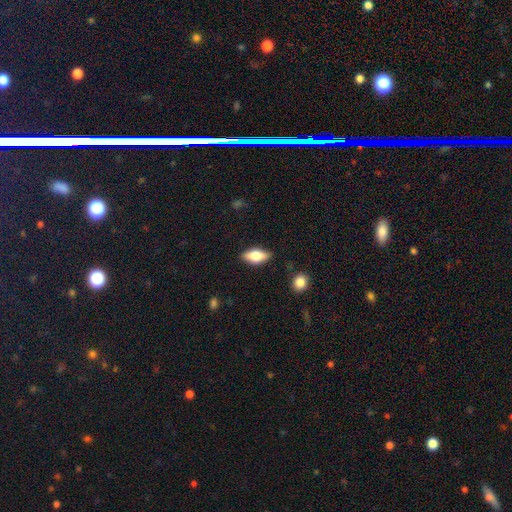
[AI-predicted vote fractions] The model was most divided on "smooth or featured": smooth: 67%, featured or disk: 26%, star or artifact: 7%. More confident: merging — none (85%); how rounded — in between (83%).